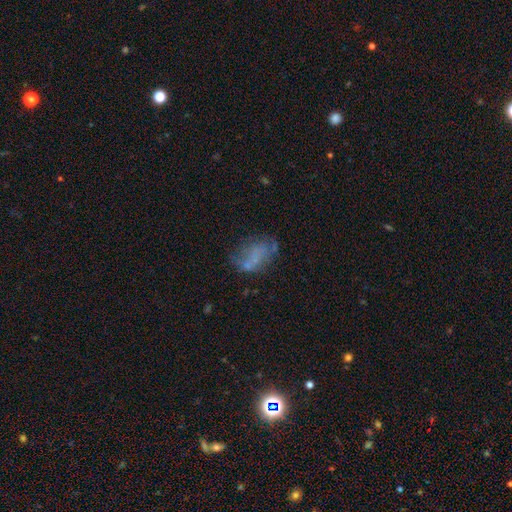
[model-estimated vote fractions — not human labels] Overall: smooth (45%; featured or disk 41%). Merging: none (44%; minor disturbance 23%).